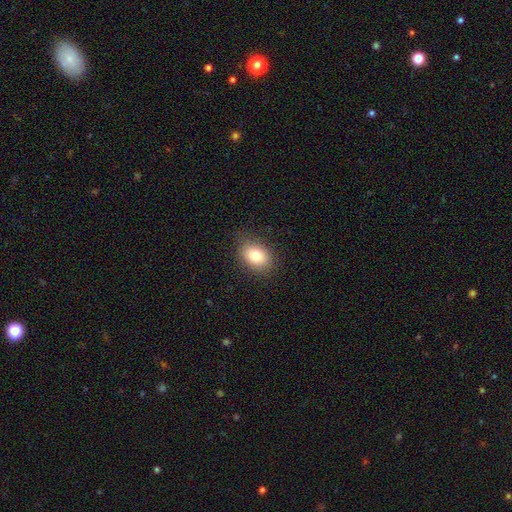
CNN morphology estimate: Smooth or featured? smooth (81%)
How rounded? in between (78%)
Merging? none (84%)